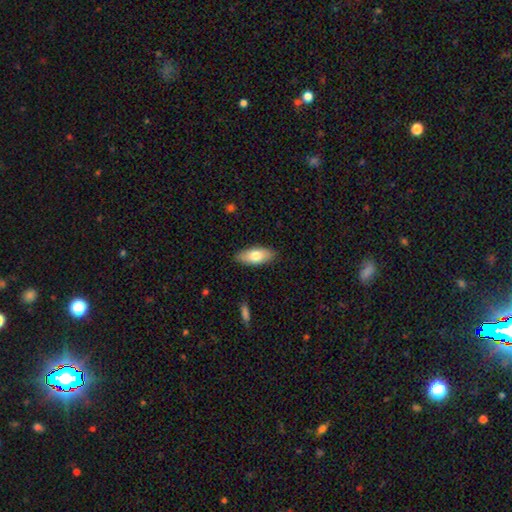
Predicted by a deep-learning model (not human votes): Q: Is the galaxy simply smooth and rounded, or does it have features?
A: smooth — 75%.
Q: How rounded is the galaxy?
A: in between — 85%.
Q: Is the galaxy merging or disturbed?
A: none — 87%.